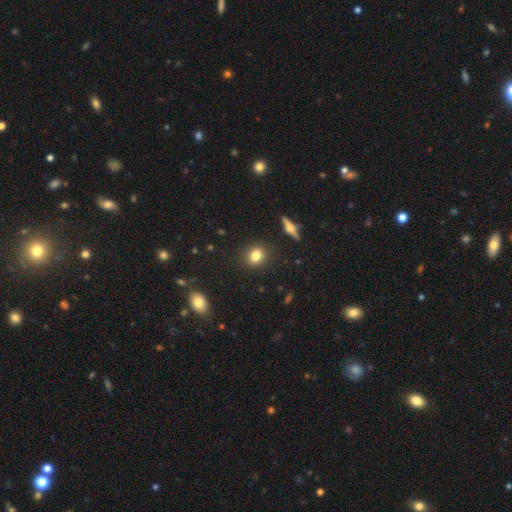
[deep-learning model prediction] Q: Smooth or featured?
A: smooth (80%); runner-up: star or artifact (11%)
Q: How rounded?
A: round (67%); runner-up: in between (31%)
Q: Merging?
A: none (89%); runner-up: minor disturbance (7%)